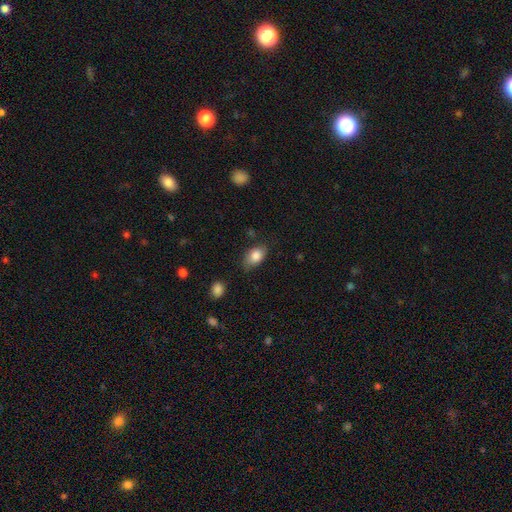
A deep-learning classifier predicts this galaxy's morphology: Smooth or featured? smooth (84%)
How rounded? in between (86%)
Merging? none (70%)